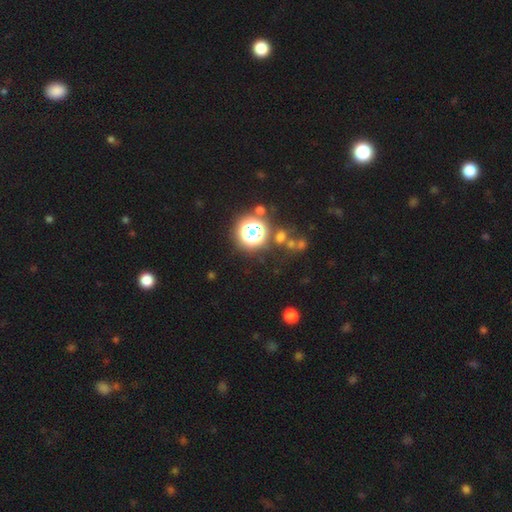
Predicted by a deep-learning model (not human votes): The model was most divided on "smooth or featured": star or artifact: 77%, smooth: 16%, featured or disk: 7%.